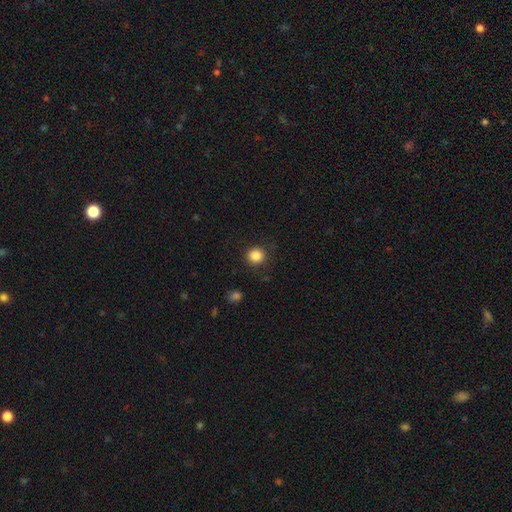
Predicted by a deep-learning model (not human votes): This appears to be a smooth galaxy with no disk features (86%) that is round (91%). Merging: none (88%).